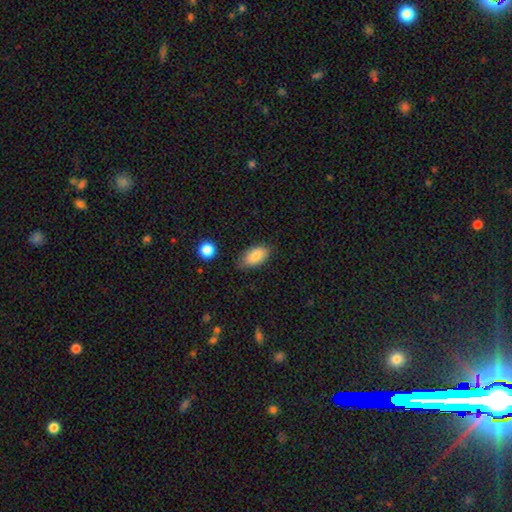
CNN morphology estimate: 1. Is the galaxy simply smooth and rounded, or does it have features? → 84% smooth, 9% featured or disk, 7% star or artifact.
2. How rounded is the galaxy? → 92% in between, 4% cigar-shaped, 4% round.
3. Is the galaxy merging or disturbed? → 75% none, 19% minor disturbance, 4% major disturbance, 2% merger.